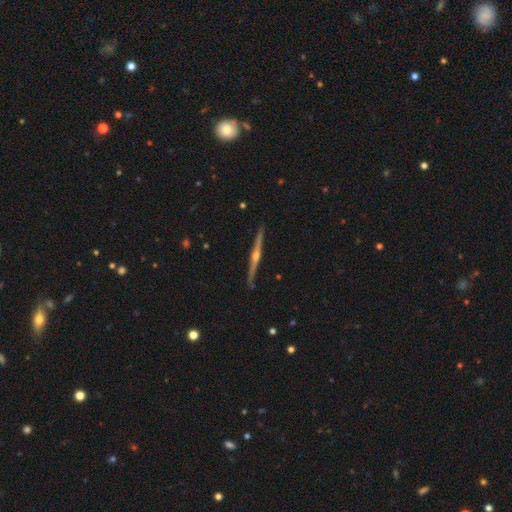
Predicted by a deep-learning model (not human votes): Smooth or featured? Predicted: featured or disk (p=0.87). Edge-on disk? Predicted: yes (p=0.99). Edge-on bulge? Predicted: rounded (p=0.92). Merging? Predicted: none (p=0.91).